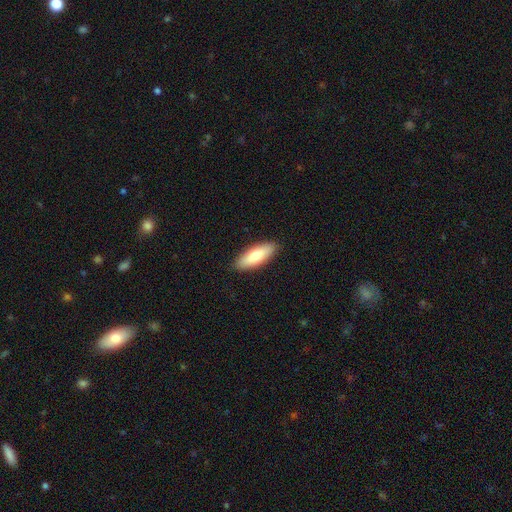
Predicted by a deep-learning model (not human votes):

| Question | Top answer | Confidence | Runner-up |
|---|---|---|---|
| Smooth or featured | smooth | 77% | featured or disk (17%) |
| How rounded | in between | 63% | cigar-shaped (35%) |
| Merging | none | 89% | minor disturbance (8%) |